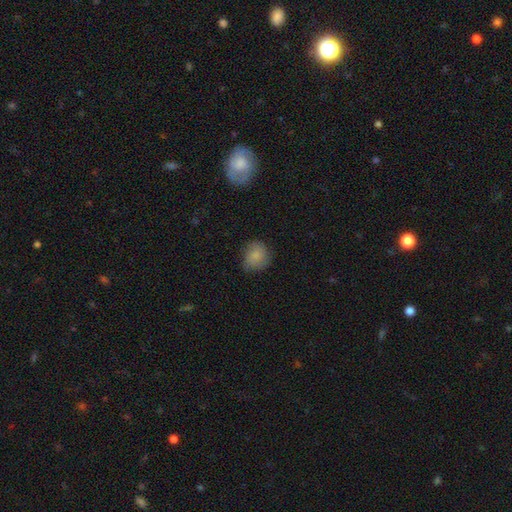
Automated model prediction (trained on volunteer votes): smooth-or-featured: smooth: 82% | featured or disk: 11% | star or artifact: 8%
  how-rounded: round: 81% | in between: 19% | cigar-shaped: 1%
  merging: none: 73% | minor disturbance: 21% | major disturbance: 5% | merger: 1%